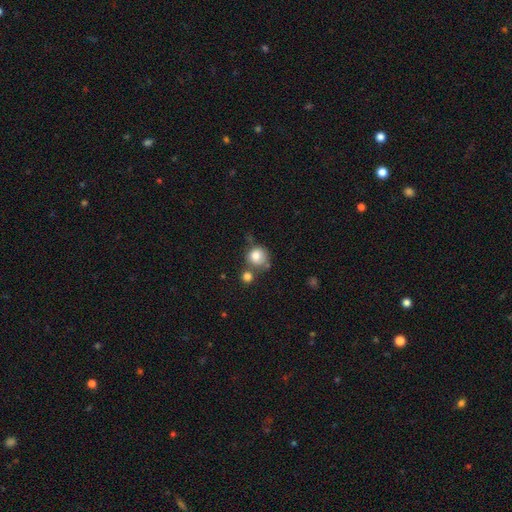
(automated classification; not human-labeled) Overall: smooth (81%). How rounded: round (86%). Merging: none (56%; merger 22%).